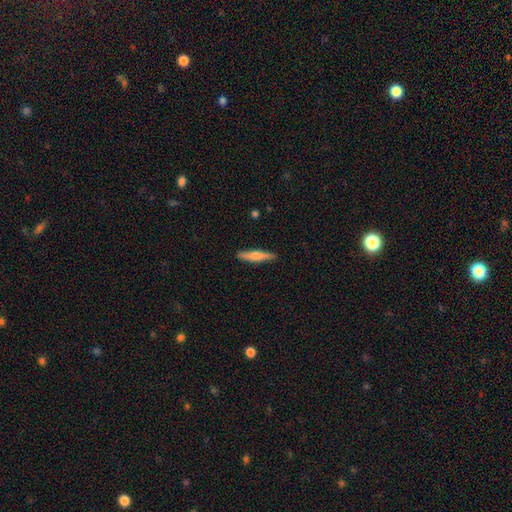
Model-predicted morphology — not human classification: A smooth galaxy with no disk features (59%) that is cigar-shaped (87%).

Vote fractions:
- Smooth or featured? smooth: 59% / featured or disk: 36% / star or artifact: 5%
- How rounded? cigar-shaped: 87% / in between: 11% / round: 2%
- Merging? none: 89% / minor disturbance: 8% / major disturbance: 2% / merger: 1%